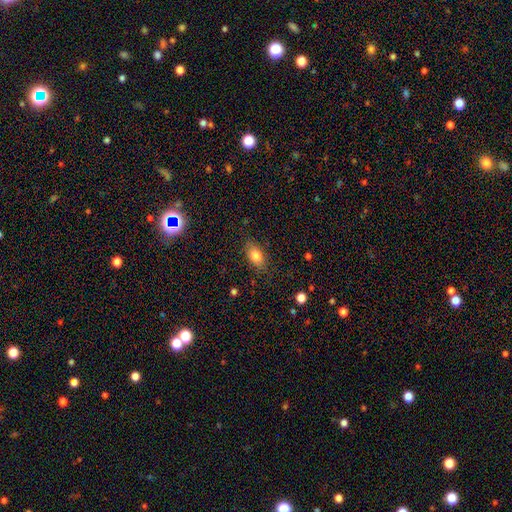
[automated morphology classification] This appears to be a smooth galaxy with no disk features (82%) that is in between round and cigar-shaped (88%). Merging: none (82%).